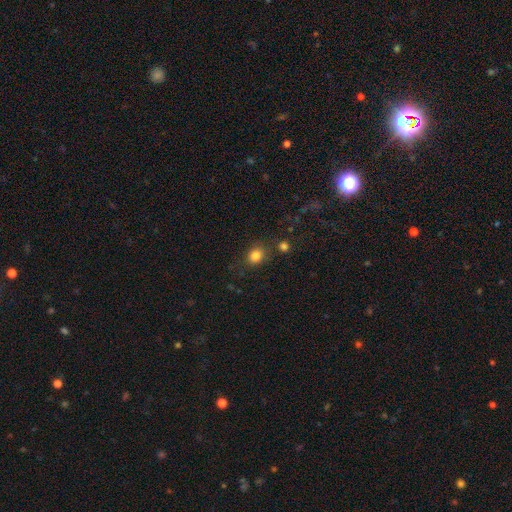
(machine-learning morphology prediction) smooth_or_featured: smooth (p=0.82) [alt: star or artifact p=0.12]
how_rounded: round (p=0.63) [alt: in between p=0.36]
merging: none (p=0.77) [alt: minor disturbance p=0.13]